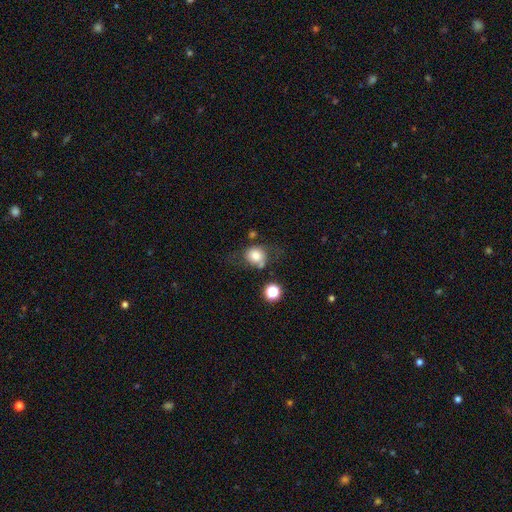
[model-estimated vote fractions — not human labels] smooth 75%, featured or disk 13%, star or artifact 11%. Down the decision tree: how rounded — round (77%); merging — none (54%).